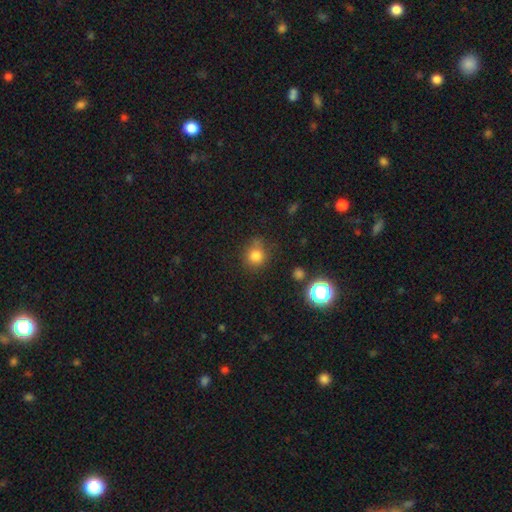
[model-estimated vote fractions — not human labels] This is likely a smooth galaxy (79%). How rounded: clearly round (85%). Merging: likely none (72%).